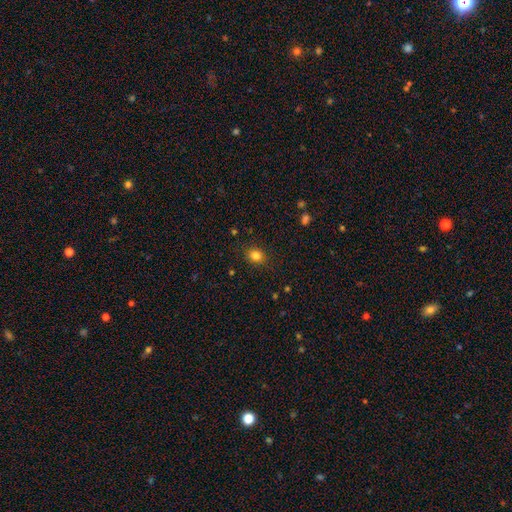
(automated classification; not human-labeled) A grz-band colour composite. It shows a smooth galaxy with no disk features (82%) that is round (60%). Merging: none (87%).